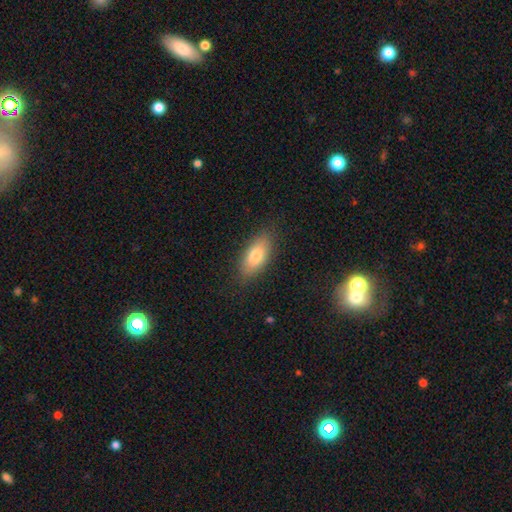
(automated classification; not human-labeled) Smooth or featured? smooth (77%)
How rounded? in between (83%)
Merging? none (85%)